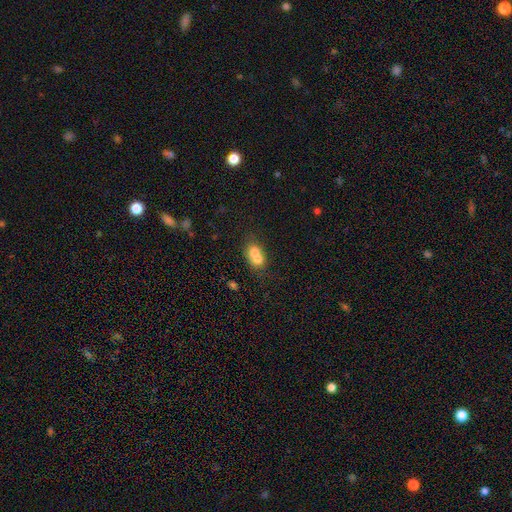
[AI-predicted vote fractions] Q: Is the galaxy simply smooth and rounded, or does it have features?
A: smooth — 68%.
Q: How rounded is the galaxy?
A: round — 54%.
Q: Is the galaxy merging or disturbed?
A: merger — 69%.